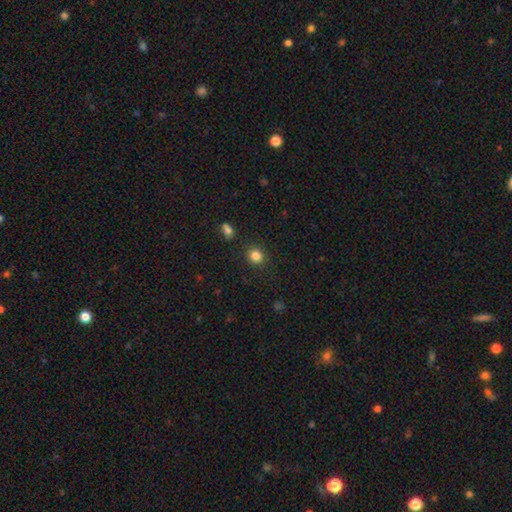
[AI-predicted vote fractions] Smooth or featured: smooth — 83% (star or artifact — 12%)
How rounded: round — 85% (in between — 14%)
Merging: none — 89% (minor disturbance — 7%)